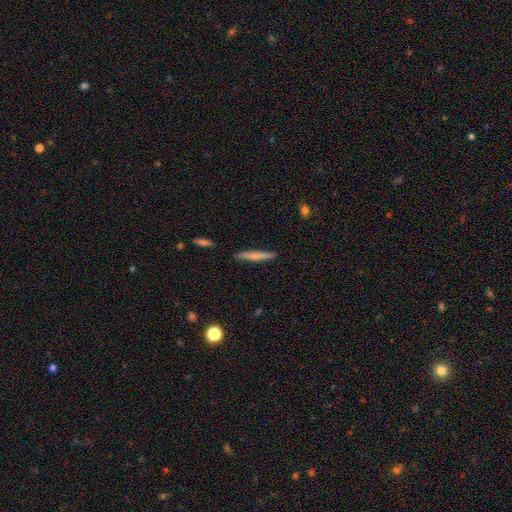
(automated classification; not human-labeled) smooth 67%, featured or disk 27%, star or artifact 6%. Down the decision tree: how rounded — cigar-shaped (95%); merging — none (88%).